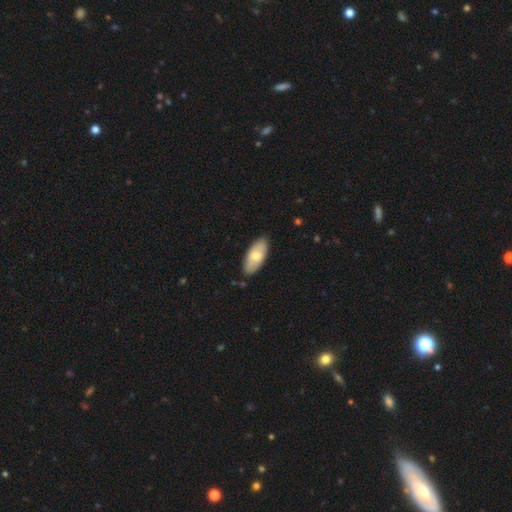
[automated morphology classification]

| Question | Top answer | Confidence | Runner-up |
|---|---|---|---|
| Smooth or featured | smooth | 67% | featured or disk (28%) |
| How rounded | in between | 88% | cigar-shaped (9%) |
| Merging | none | 85% | minor disturbance (11%) |